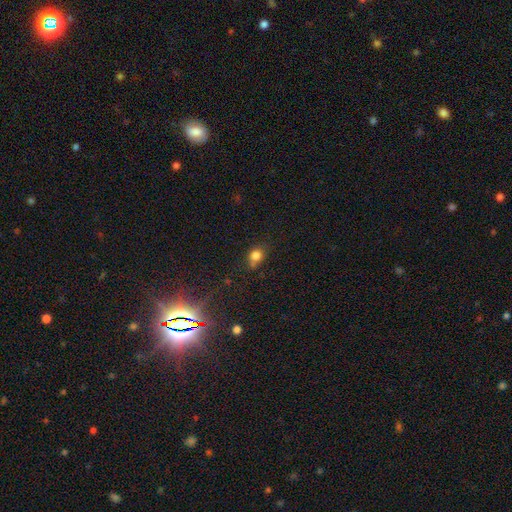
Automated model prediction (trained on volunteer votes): Q: Smooth or featured?
A: smooth (79%); runner-up: star or artifact (14%)
Q: How rounded?
A: round (61%); runner-up: in between (38%)
Q: Merging?
A: none (60%); runner-up: minor disturbance (25%)